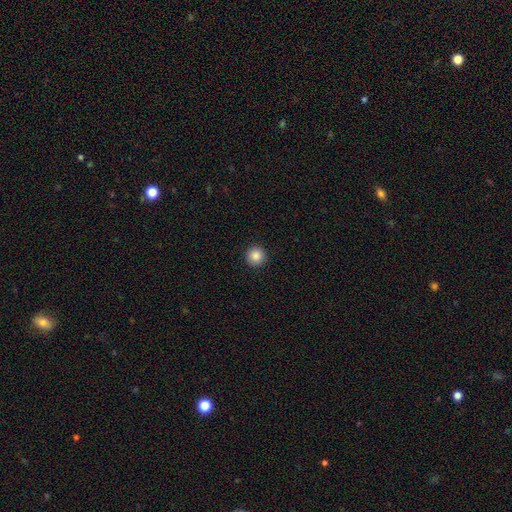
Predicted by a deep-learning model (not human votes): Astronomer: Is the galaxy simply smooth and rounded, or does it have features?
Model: smooth — 87%.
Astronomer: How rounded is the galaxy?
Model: round — 96%.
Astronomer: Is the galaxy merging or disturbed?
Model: none — 93%.